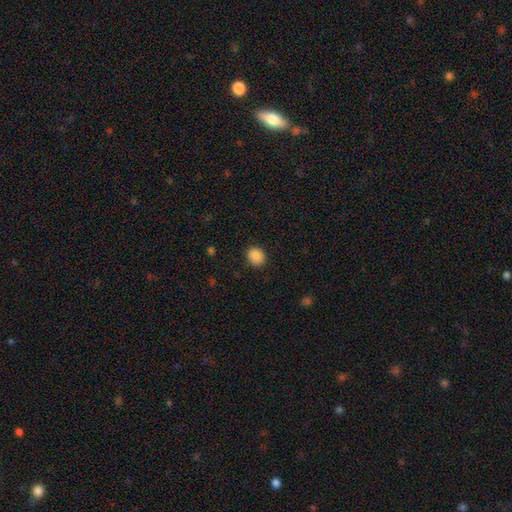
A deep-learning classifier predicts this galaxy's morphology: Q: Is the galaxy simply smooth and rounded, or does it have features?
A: smooth — 88%.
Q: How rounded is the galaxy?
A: round — 61%.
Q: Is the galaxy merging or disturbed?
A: none — 88%.